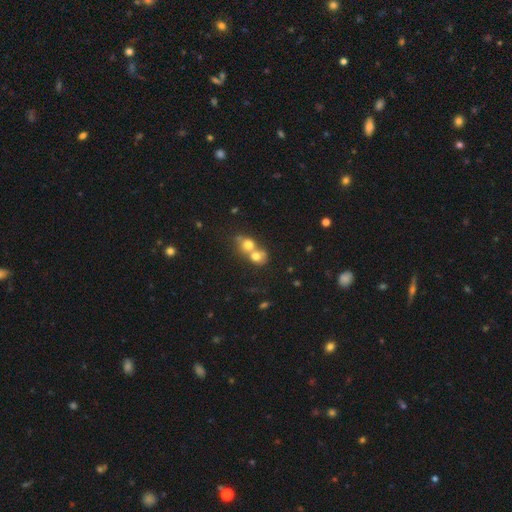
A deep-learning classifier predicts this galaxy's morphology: Q: Smooth or featured?
A: smooth (69%); runner-up: featured or disk (18%)
Q: How rounded?
A: round (70%); runner-up: in between (29%)
Q: Merging?
A: merger (70%); runner-up: none (22%)